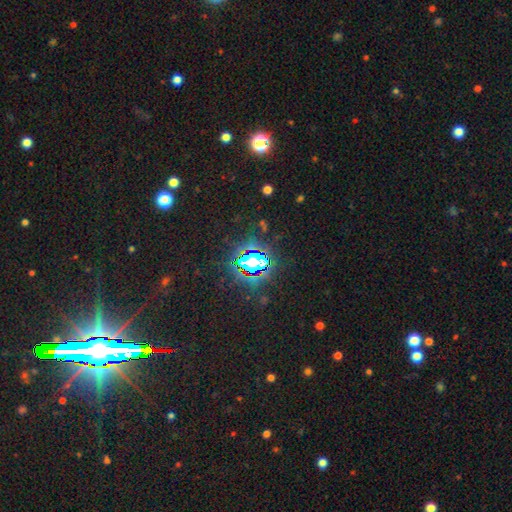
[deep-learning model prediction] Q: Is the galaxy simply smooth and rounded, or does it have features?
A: star or artifact — 85%.